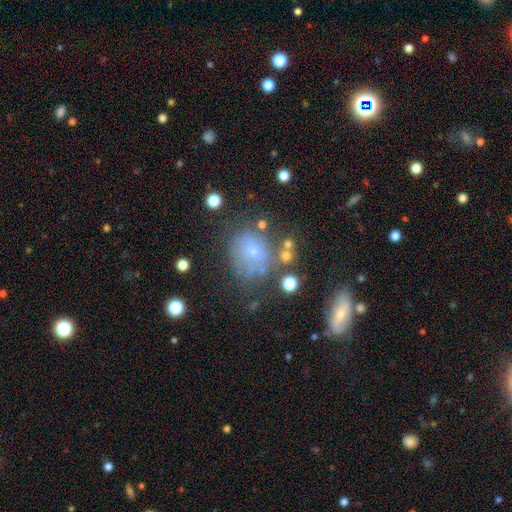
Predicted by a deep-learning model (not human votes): Smooth or featured? Predicted: smooth (p=0.50). How rounded? Predicted: round (p=0.68). Merging? Predicted: none (p=0.56).